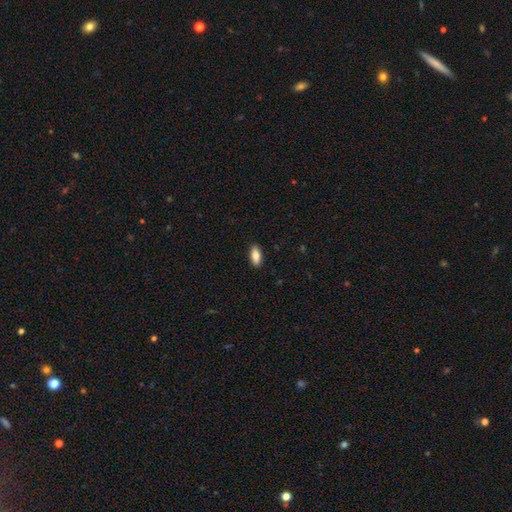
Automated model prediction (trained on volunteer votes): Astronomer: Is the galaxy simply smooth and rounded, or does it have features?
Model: smooth — 80%.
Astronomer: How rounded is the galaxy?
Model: in between — 82%.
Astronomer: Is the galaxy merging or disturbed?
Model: none — 90%.